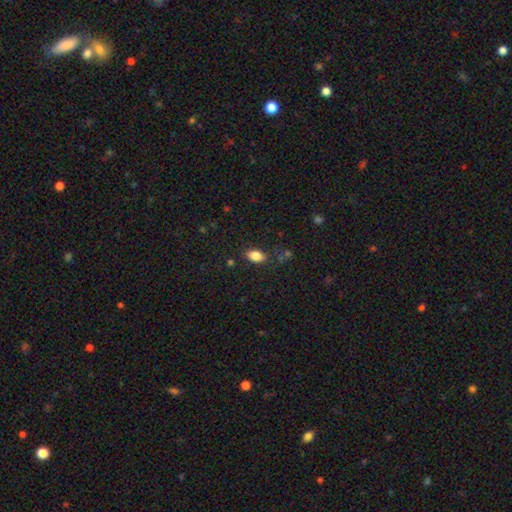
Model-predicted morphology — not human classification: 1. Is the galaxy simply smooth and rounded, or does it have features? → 84% smooth, 9% star or artifact, 6% featured or disk.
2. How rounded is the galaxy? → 89% in between, 8% round, 3% cigar-shaped.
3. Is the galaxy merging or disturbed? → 82% none, 13% minor disturbance, 3% major disturbance, 2% merger.